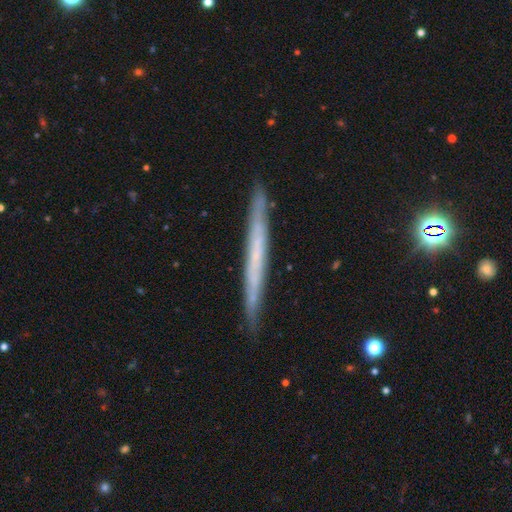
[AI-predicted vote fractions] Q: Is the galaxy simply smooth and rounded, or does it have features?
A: featured or disk — 57%.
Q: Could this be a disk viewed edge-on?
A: yes — 95%.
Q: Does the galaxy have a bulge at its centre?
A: none — 88%.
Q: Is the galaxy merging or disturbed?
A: none — 89%.